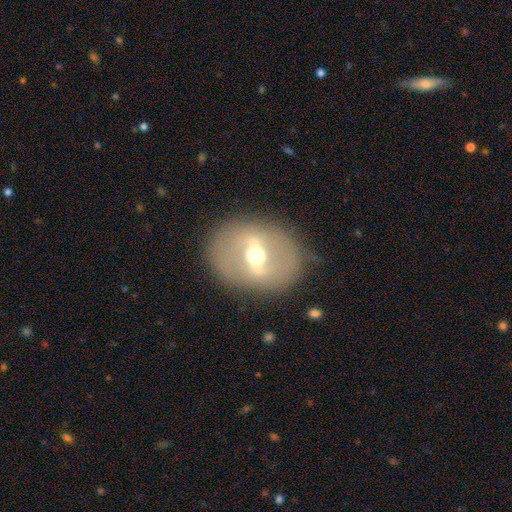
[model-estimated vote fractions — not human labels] Smooth or featured? Predicted: featured or disk (p=0.75). Edge-on disk? Predicted: no (p=0.88). Bar? Predicted: strong (p=0.62). Spiral arms? Predicted: no (p=0.67). Bulge size? Predicted: moderate (p=0.70). Merging? Predicted: none (p=0.83).